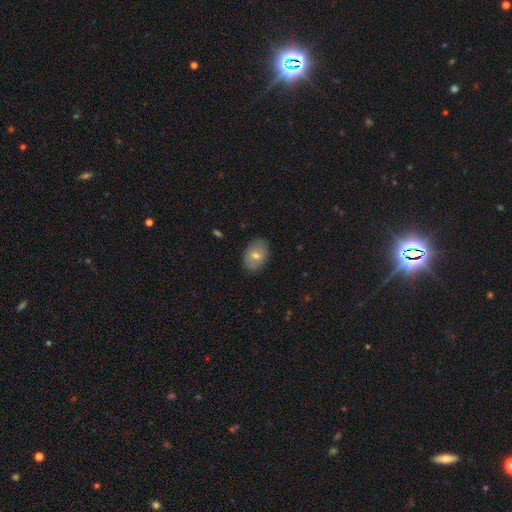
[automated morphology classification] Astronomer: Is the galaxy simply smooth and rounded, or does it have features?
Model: smooth — 67%.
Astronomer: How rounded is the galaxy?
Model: in between — 82%.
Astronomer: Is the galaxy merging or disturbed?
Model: none — 86%.